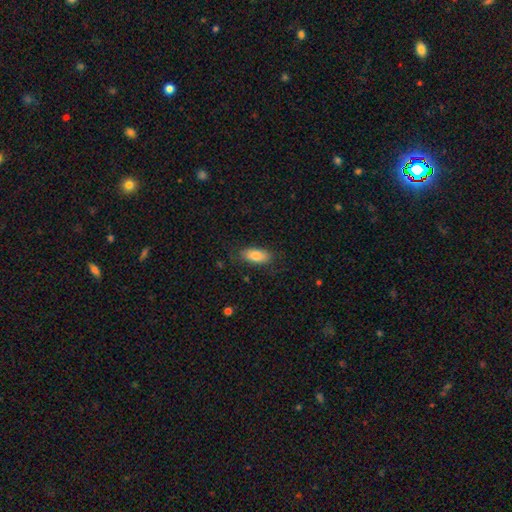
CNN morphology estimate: Smooth or featured: smooth — 83% (featured or disk — 11%)
How rounded: in between — 87% (cigar-shaped — 10%)
Merging: none — 80% (minor disturbance — 15%)